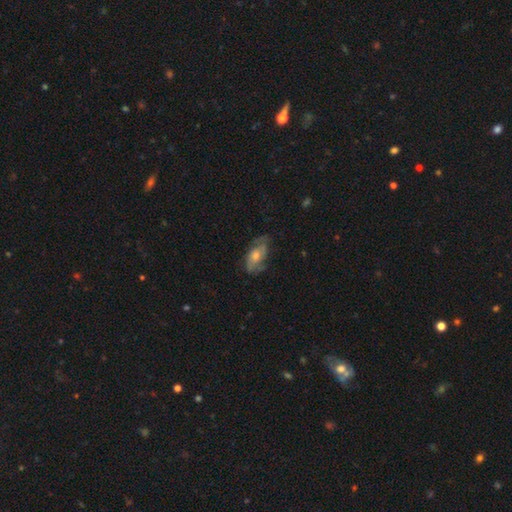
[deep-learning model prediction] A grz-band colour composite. It shows a featured or disk galaxy (63%) with no bar (69%), spiral arms (81%) and a moderate central bulge (59%). Merging: none (68%).